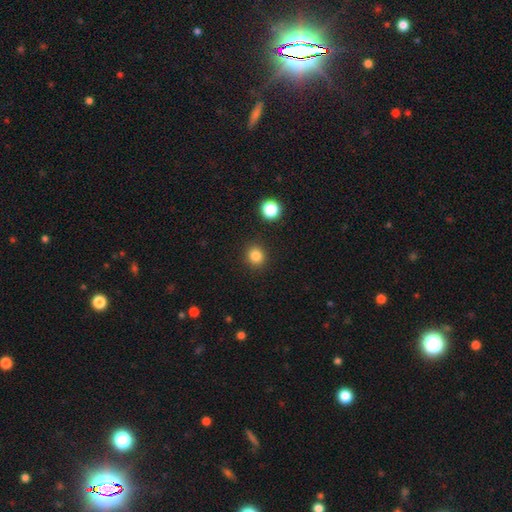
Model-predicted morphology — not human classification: The model was most divided on "how rounded": round: 85%, in between: 14%, cigar-shaped: 1%. More confident: merging — none (90%); smooth or featured — smooth (84%).